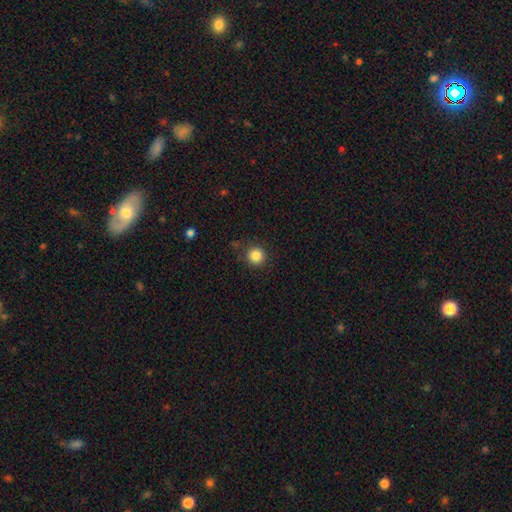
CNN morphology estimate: Overall: smooth (85%). How rounded: round (95%). Merging: none (87%).